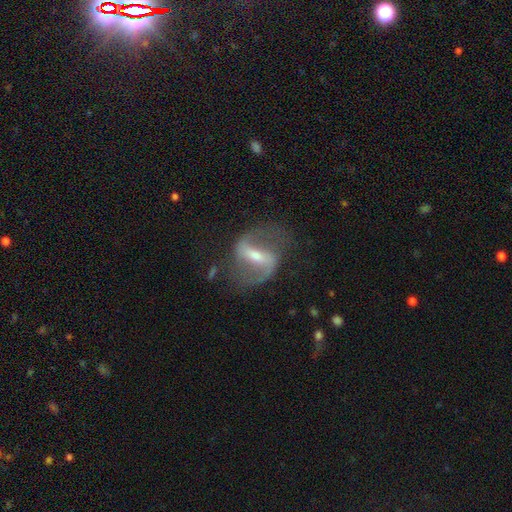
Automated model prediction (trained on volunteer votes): This is clearly a featured or disk galaxy (86%). It is clearly not viewed edge-on (95%). Bar: possibly strong (60%). Spiral arm pattern: clearly yes (93%). Spiral arm count: clearly 2 (91%). Spiral winding: possibly loose (46%). Central bulge: possibly small (47%). Merging: likely none (72%).